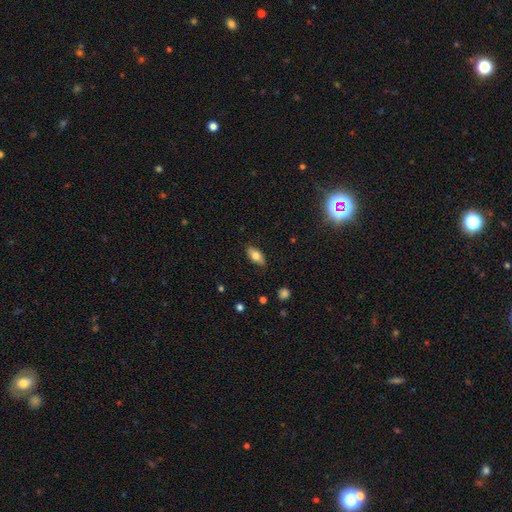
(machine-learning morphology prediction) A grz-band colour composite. It shows a smooth galaxy with no disk features (71%) that is in between round and cigar-shaped (83%). Merging: none (84%).